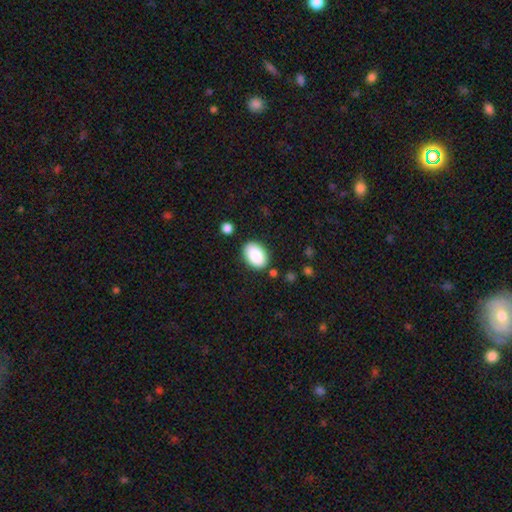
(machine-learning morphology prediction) Smooth or featured: smooth — 88% (star or artifact — 7%)
How rounded: in between — 87% (round — 12%)
Merging: none — 82% (minor disturbance — 12%)